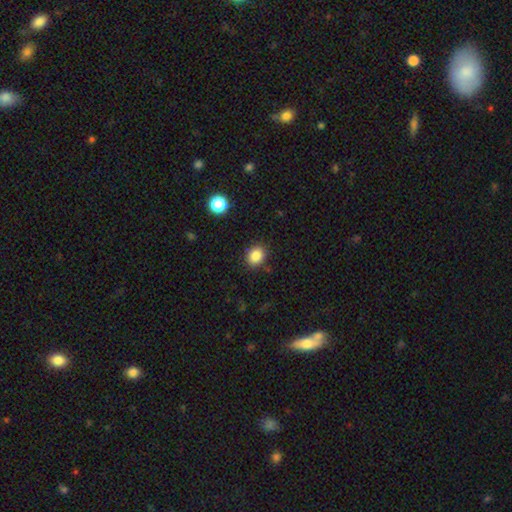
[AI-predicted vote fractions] The model was most divided on "how rounded": round: 57%, in between: 42%, cigar-shaped: 1%. More confident: merging — none (86%); smooth or featured — smooth (85%).